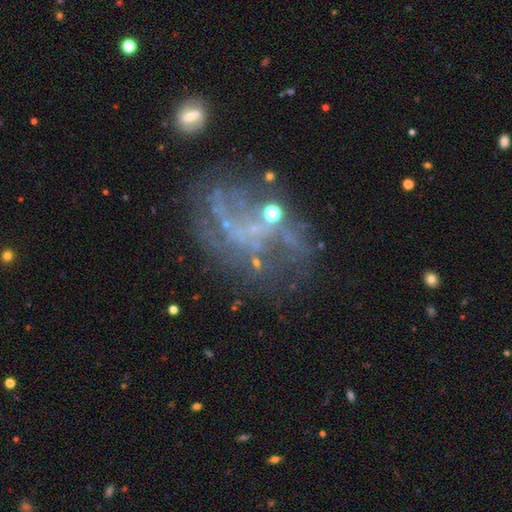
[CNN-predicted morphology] Smooth or featured? Predicted: featured or disk (p=0.66). Edge-on disk? Predicted: no (p=0.98). Bar? Predicted: no (p=0.75). Spiral arms? Predicted: no (p=0.59). Bulge size? Predicted: none (p=0.62). Merging? Predicted: none (p=0.42).